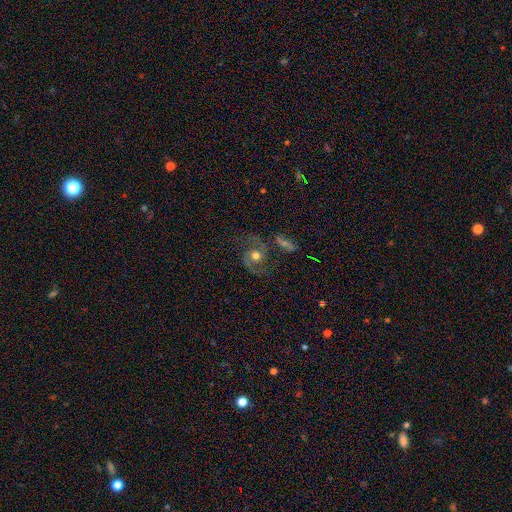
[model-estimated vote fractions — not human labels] This is likely a featured or disk galaxy (80%). It is clearly not viewed edge-on (97%). Bar: likely no (70%). Spiral arm pattern: clearly yes (93%). Spiral arm count: clearly 2 (92%). Spiral winding: possibly medium (55%). Central bulge: likely moderate (72%). Merging: likely none (67%).